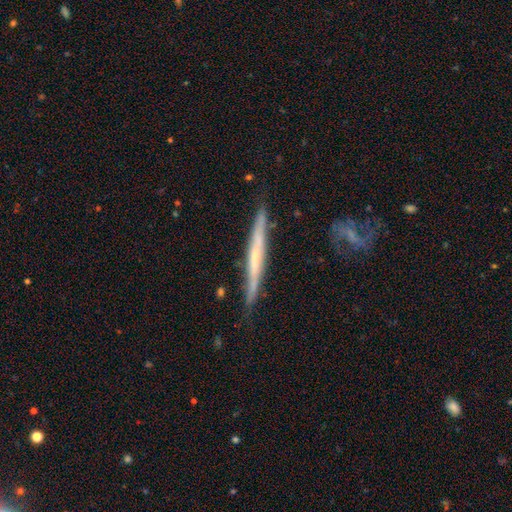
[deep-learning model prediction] This is likely a featured or disk galaxy (63%). It is clearly viewed edge-on (94%). Edge-on bulge: likely none (64%). Merging: clearly none (81%).